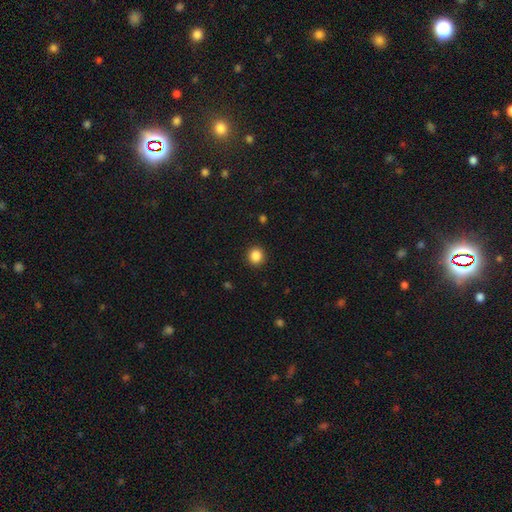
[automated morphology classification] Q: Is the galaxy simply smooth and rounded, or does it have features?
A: smooth — 86%.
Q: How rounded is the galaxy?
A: round — 90%.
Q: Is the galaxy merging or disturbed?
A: none — 92%.